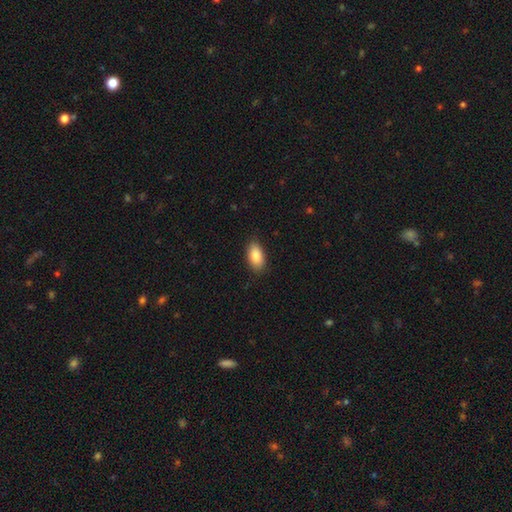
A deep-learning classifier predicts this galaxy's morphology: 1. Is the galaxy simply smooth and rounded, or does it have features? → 87% smooth, 7% star or artifact, 6% featured or disk.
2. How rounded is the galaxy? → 93% in between, 4% cigar-shaped, 3% round.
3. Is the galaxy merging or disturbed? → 86% none, 11% minor disturbance, 2% major disturbance, 1% merger.